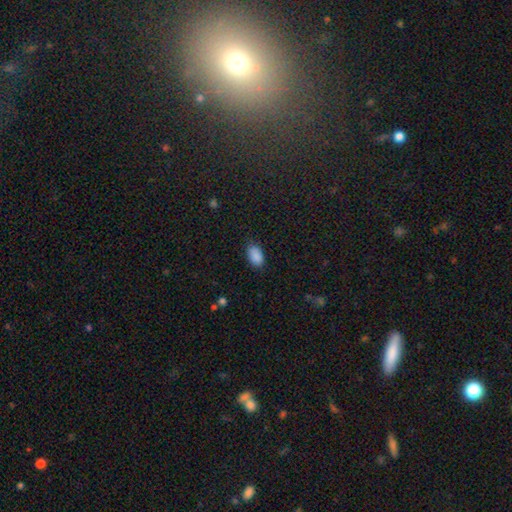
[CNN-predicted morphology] Overall: smooth (89%). How rounded: in between (93%). Merging: none (83%).